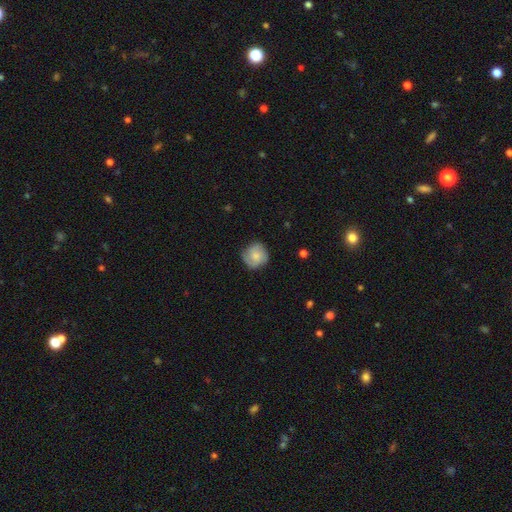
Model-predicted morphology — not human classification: smooth_or_featured: smooth (p=0.64) [alt: featured or disk p=0.29]
how_rounded: round (p=0.89) [alt: in between p=0.10]
merging: none (p=0.77) [alt: minor disturbance p=0.18]